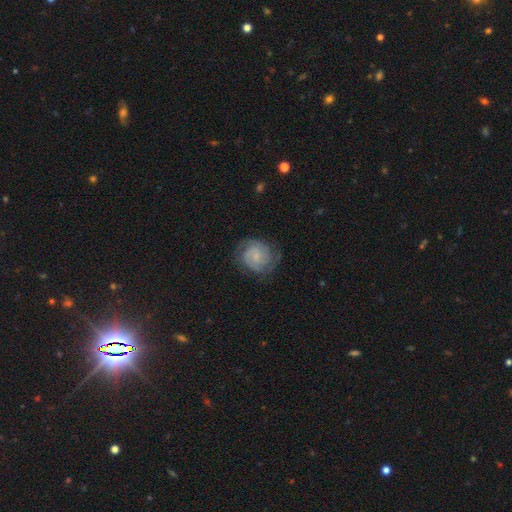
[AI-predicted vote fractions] Morphology: type=featured or disk (67%); edge-on=no (98%); bar=no (60%); spiral arms=yes (92%); winding=tight (55%); arm count=2 (48%); bulge=small (64%); merging=none (71%).